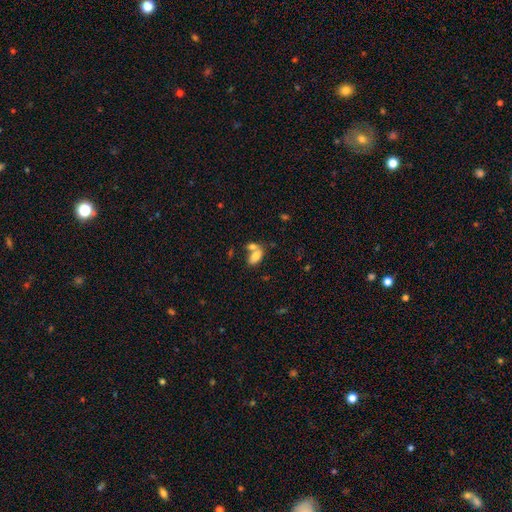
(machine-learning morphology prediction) Q: Smooth or featured?
A: smooth (79%); runner-up: featured or disk (12%)
Q: How rounded?
A: in between (91%); runner-up: round (6%)
Q: Merging?
A: merger (48%); runner-up: none (36%)